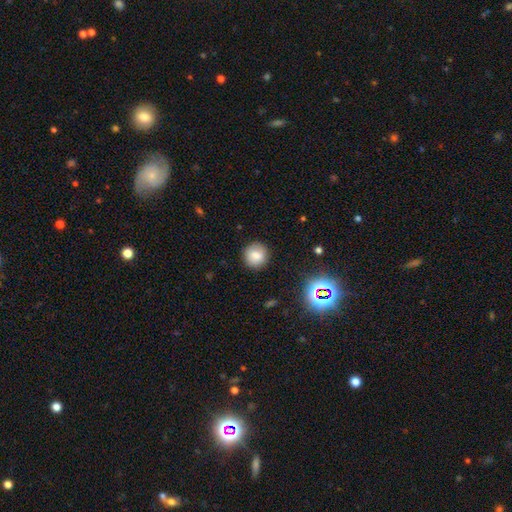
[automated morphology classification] Overall: smooth (78%). How rounded: round (90%). Merging: none (86%).